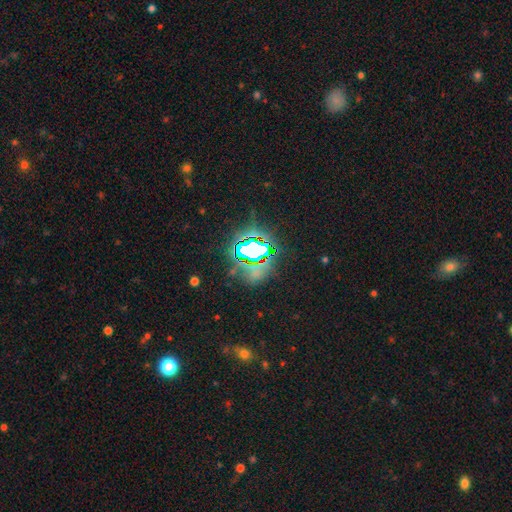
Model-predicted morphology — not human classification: This is likely a star or artifact rather than a galaxy (79%).